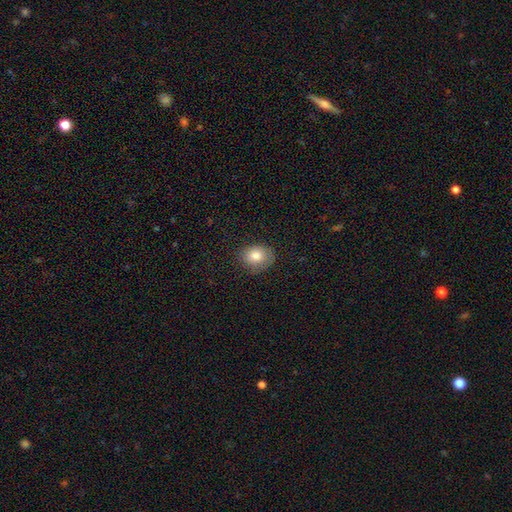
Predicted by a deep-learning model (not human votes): Smooth or featured?
  - smooth: 81% *
  - featured or disk: 10%
  - star or artifact: 9%
How rounded?
  - round: 51% *
  - in between: 48%
  - cigar-shaped: 1%
Merging?
  - none: 79% *
  - minor disturbance: 16%
  - major disturbance: 4%
  - merger: 1%